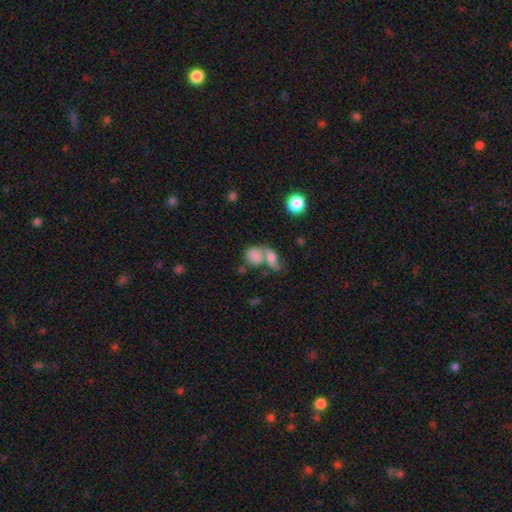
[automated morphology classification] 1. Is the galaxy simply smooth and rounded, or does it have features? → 67% smooth, 21% featured or disk, 11% star or artifact.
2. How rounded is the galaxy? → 50% in between, 46% round, 3% cigar-shaped.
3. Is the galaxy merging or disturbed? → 61% merger, 21% none, 10% major disturbance, 9% minor disturbance.